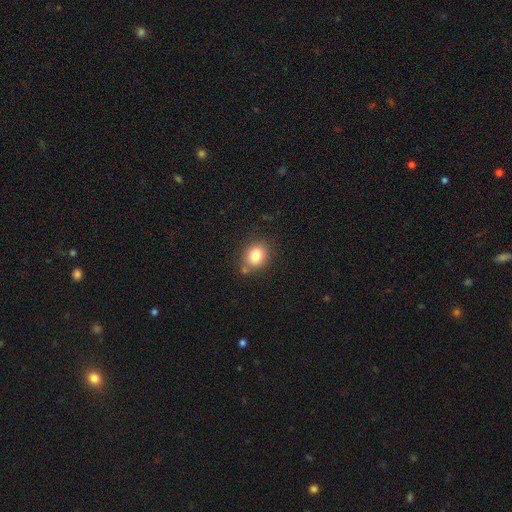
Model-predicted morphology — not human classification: smooth_or_featured: smooth (p=0.81) [alt: star or artifact p=0.10]
how_rounded: round (p=0.59) [alt: in between p=0.40]
merging: none (p=0.75) [alt: minor disturbance p=0.14]